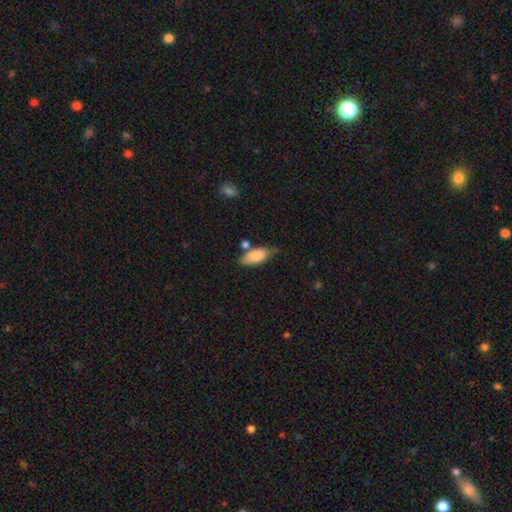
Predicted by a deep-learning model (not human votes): A smooth galaxy with no disk features (83%) that is in between round and cigar-shaped (84%).

Vote fractions:
- Smooth or featured? smooth: 83% / featured or disk: 11% / star or artifact: 6%
- How rounded? in between: 84% / cigar-shaped: 14% / round: 2%
- Merging? none: 60% / minor disturbance: 22% / merger: 12% / major disturbance: 5%